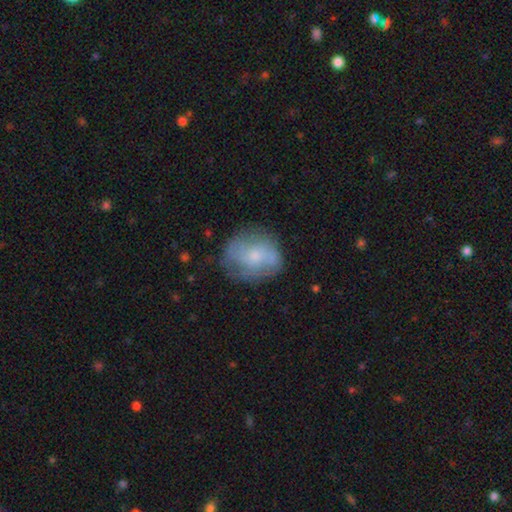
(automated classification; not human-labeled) featured or disk 47%, smooth 45%, star or artifact 8%. Down the decision tree: merging — none (66%).